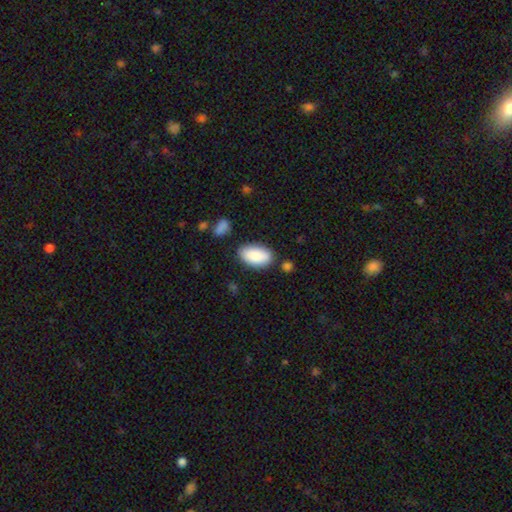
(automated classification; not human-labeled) Overall: smooth (87%). How rounded: in between (94%). Merging: none (78%).